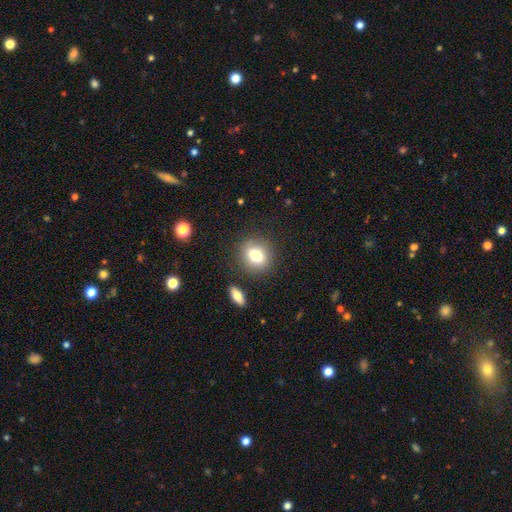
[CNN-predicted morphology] Smooth or featured? Predicted: smooth (p=0.78). How rounded? Predicted: round (p=0.57). Merging? Predicted: none (p=0.84).